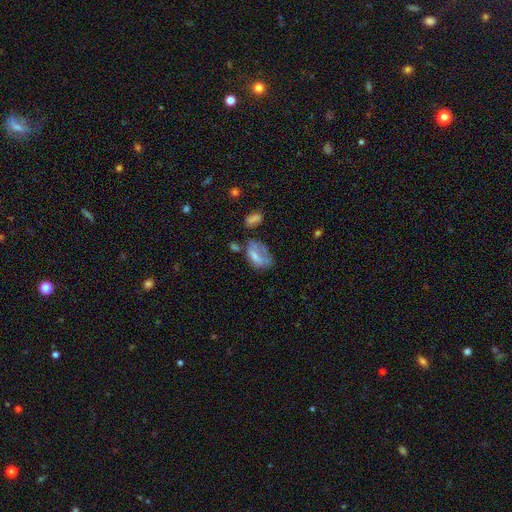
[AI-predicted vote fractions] A smooth galaxy with no disk features (57%) that is in between round and cigar-shaped (87%). Merging: major disturbance (30%).